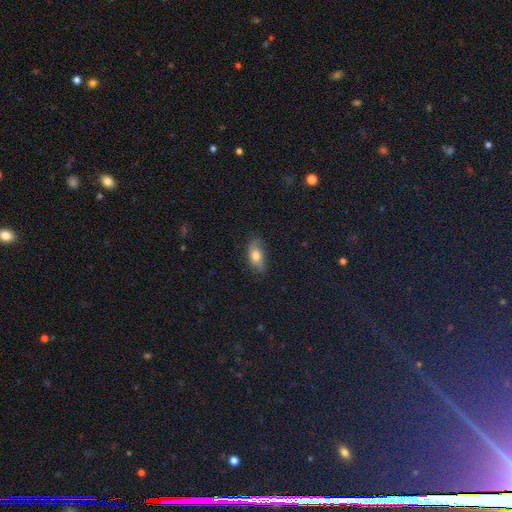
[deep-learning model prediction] smooth-or-featured: smooth: 68% | featured or disk: 23% | star or artifact: 9%
  how-rounded: in between: 84% | cigar-shaped: 10% | round: 7%
  merging: none: 73% | minor disturbance: 20% | major disturbance: 5% | merger: 1%